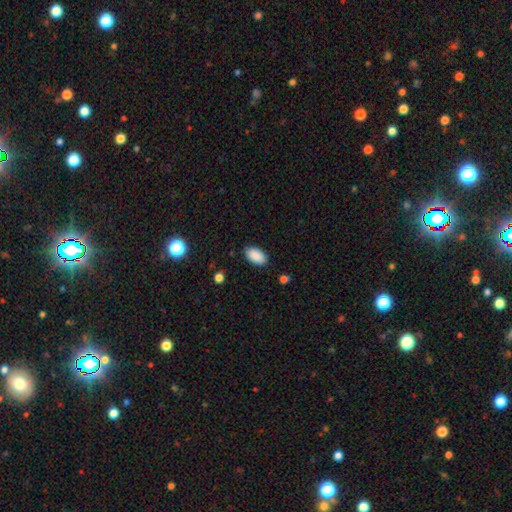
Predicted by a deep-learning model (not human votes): Q: Smooth or featured?
A: smooth (90%); runner-up: star or artifact (7%)
Q: How rounded?
A: in between (95%); runner-up: round (3%)
Q: Merging?
A: none (88%); runner-up: minor disturbance (9%)